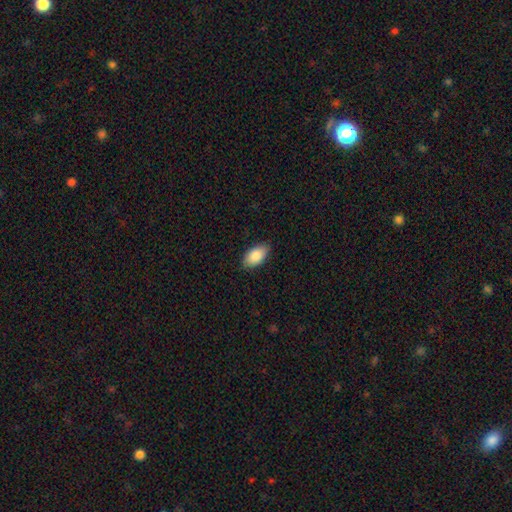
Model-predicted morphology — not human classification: type=smooth (88%); roundness=in between (94%); merging=none (84%).